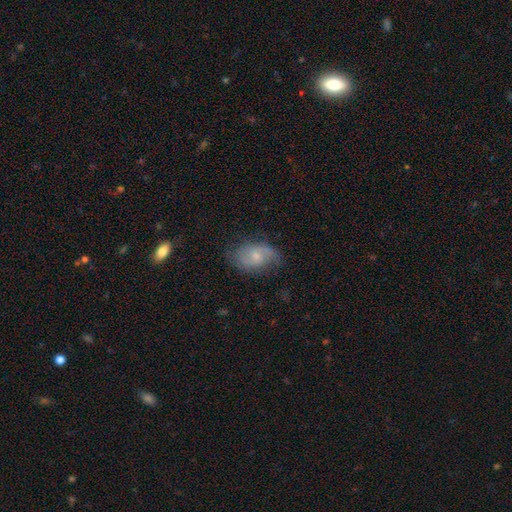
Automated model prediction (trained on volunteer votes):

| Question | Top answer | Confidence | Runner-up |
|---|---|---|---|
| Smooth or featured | featured or disk | 56% | smooth (36%) |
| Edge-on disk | no | 96% | yes (4%) |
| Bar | no | 59% | weak (35%) |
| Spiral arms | yes | 85% | no (15%) |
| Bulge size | small | 55% | moderate (38%) |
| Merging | none | 65% | minor disturbance (24%) |